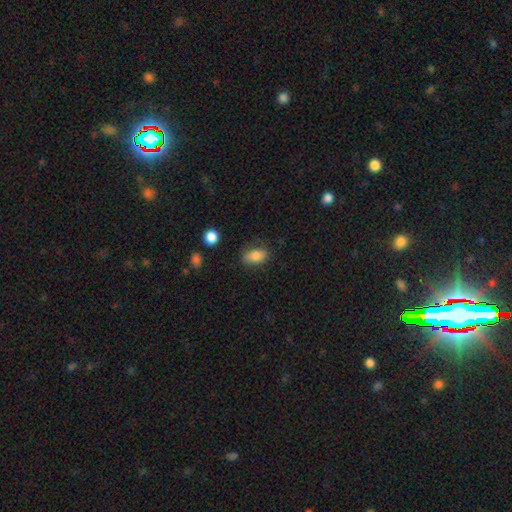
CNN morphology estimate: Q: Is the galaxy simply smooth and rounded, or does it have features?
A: smooth — 81%.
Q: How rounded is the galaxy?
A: in between — 87%.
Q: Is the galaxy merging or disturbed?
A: none — 74%.